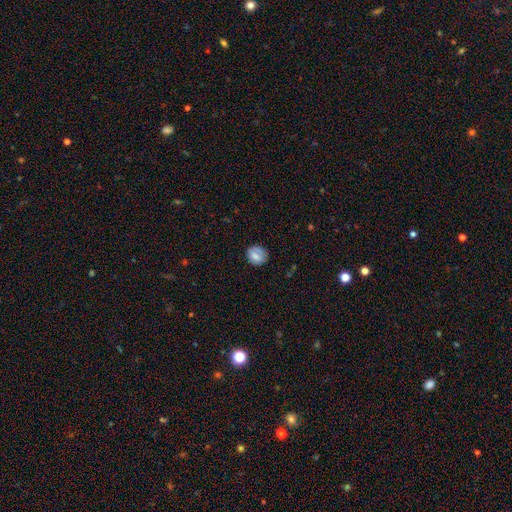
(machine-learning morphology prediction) smooth-or-featured: smooth: 74% | featured or disk: 17% | star or artifact: 9%
  how-rounded: round: 75% | in between: 24% | cigar-shaped: 1%
  merging: none: 76% | minor disturbance: 17% | major disturbance: 5% | merger: 2%